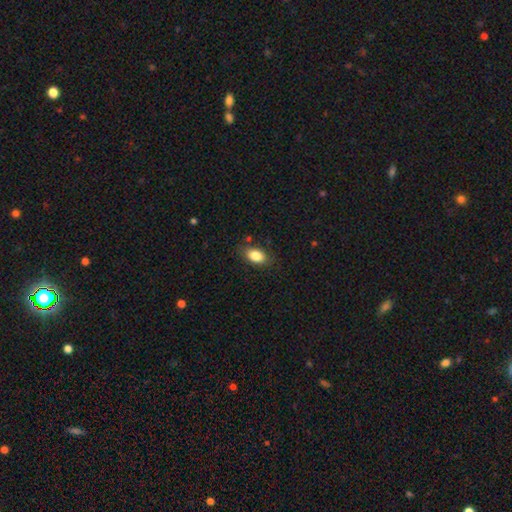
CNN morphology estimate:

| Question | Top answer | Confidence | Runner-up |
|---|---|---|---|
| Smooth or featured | smooth | 84% | featured or disk (8%) |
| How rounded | in between | 89% | round (9%) |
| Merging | none | 81% | minor disturbance (14%) |